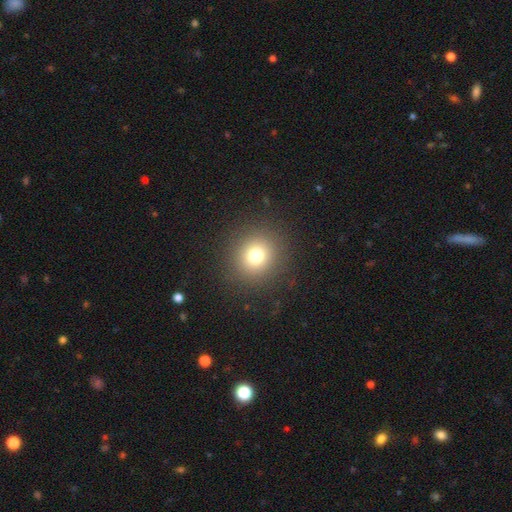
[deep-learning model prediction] smooth-or-featured: smooth: 75% | star or artifact: 16% | featured or disk: 10%
  how-rounded: round: 91% | in between: 8% | cigar-shaped: 1%
  merging: none: 89% | minor disturbance: 6% | major disturbance: 4% | merger: 1%